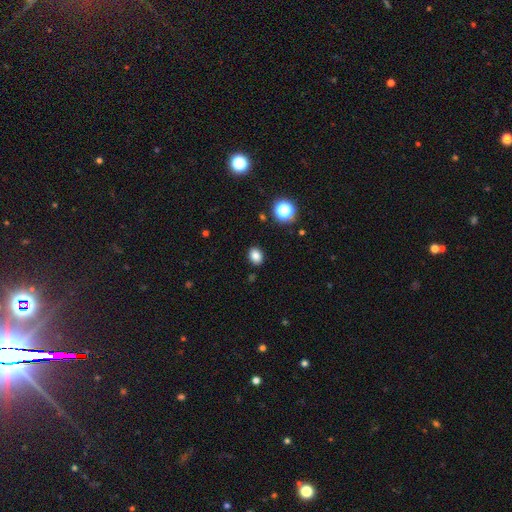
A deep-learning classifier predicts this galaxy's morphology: This appears to be a smooth galaxy with no disk features (84%) that is in between round and cigar-shaped (63%). Merging: none (88%).